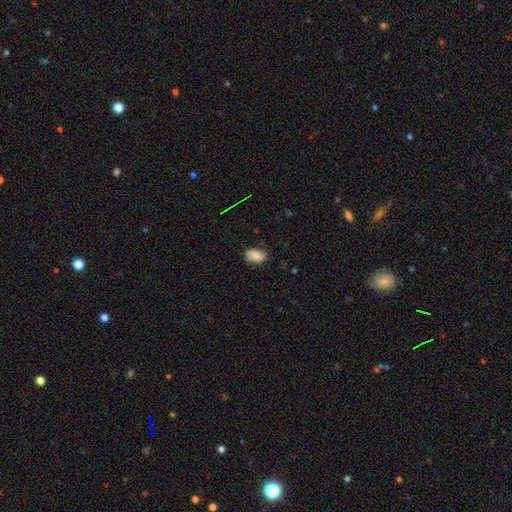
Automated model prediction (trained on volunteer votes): Overall: smooth (60%; featured or disk 30%). How rounded: in between (82%). Merging: none (72%).